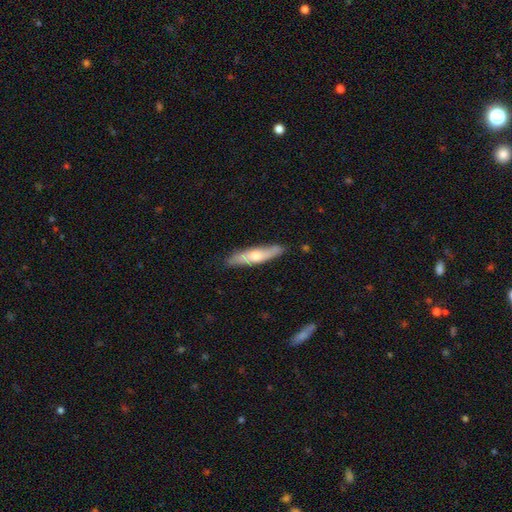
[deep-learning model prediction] Q: Smooth or featured?
A: smooth (54%); runner-up: featured or disk (40%)
Q: How rounded?
A: cigar-shaped (83%); runner-up: in between (16%)
Q: Merging?
A: none (84%); runner-up: minor disturbance (13%)